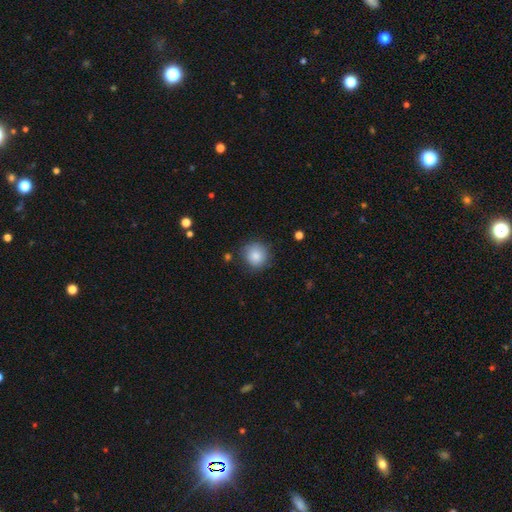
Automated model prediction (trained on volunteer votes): A smooth galaxy with no disk features (86%) that is round (92%). Merging: none (82%).